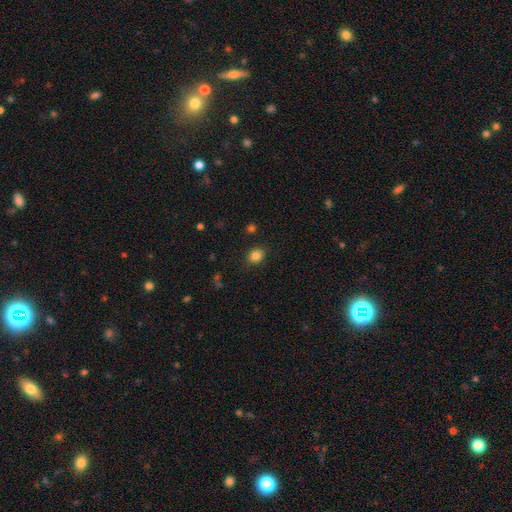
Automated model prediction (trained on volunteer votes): A smooth galaxy with no disk features (84%) that is round (59%). Merging: none (86%).